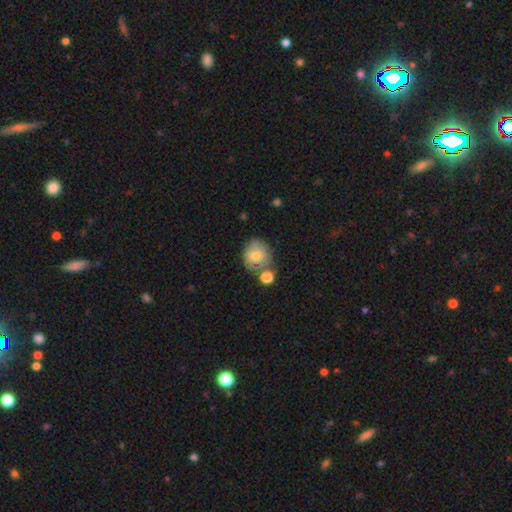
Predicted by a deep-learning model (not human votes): A smooth galaxy with no disk features (66%) that is round (77%). Merging: none (51%).